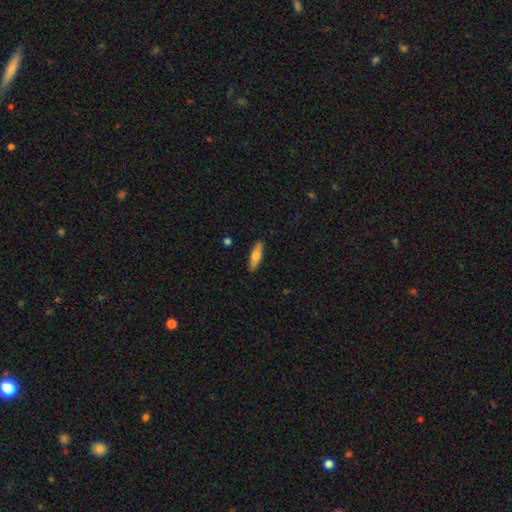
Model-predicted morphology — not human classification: smooth_or_featured: smooth (p=0.64) [alt: featured or disk p=0.31]
how_rounded: cigar-shaped (p=0.64) [alt: in between p=0.34]
merging: none (p=0.88) [alt: minor disturbance p=0.09]